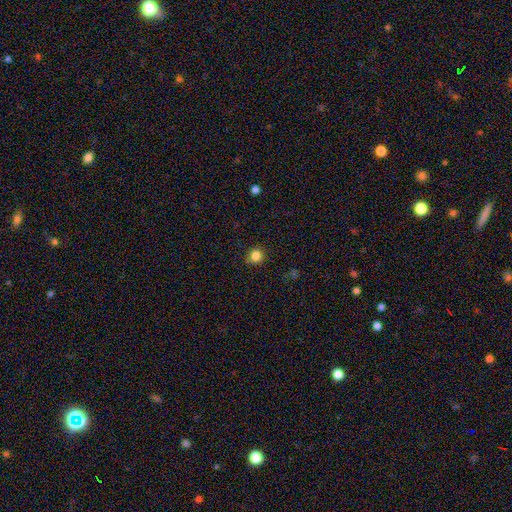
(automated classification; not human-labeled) Smooth or featured: smooth — 84% (star or artifact — 13%)
How rounded: round — 92% (in between — 7%)
Merging: none — 88% (minor disturbance — 8%)